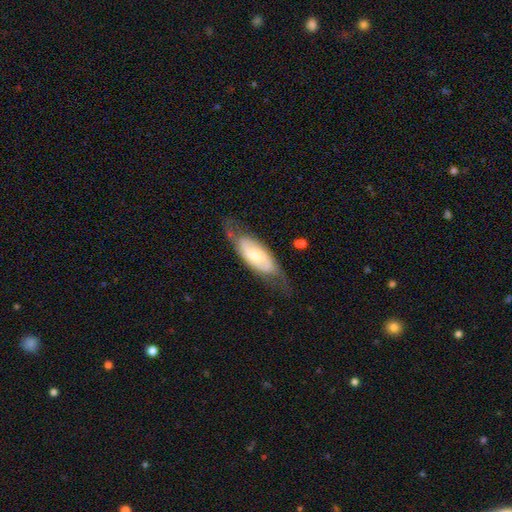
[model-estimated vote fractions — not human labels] Smooth or featured: featured or disk — 65% (smooth — 30%)
Edge-on disk: no — 86% (yes — 14%)
Bar: no — 61% (weak — 29%)
Spiral arms: yes — 78% (no — 22%)
Bulge size: small — 51% (moderate — 40%)
Merging: none — 57% (minor disturbance — 26%)